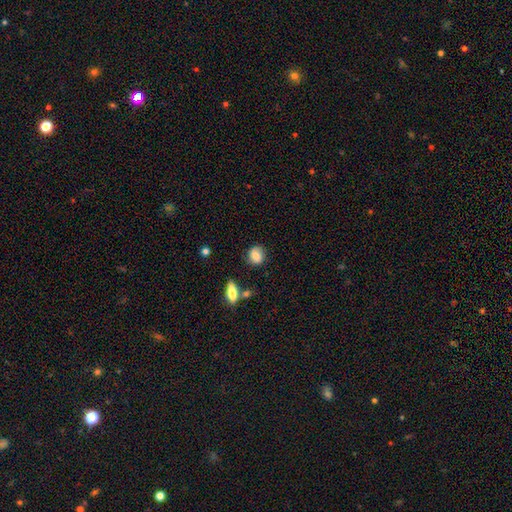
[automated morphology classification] smooth_or_featured: smooth (p=0.74) [alt: featured or disk p=0.18]
how_rounded: round (p=0.66) [alt: in between p=0.32]
merging: none (p=0.72) [alt: minor disturbance p=0.19]